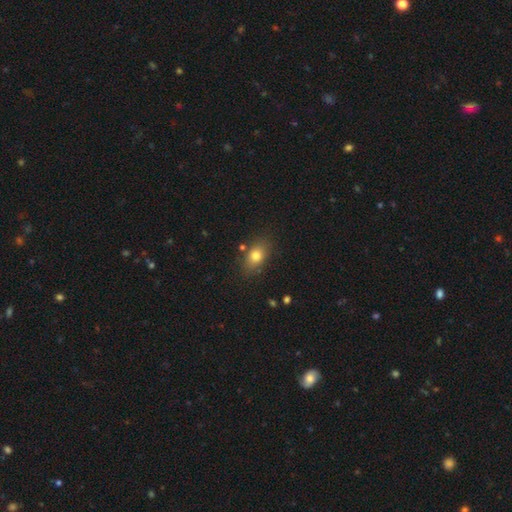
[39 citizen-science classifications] Q: Smooth or featured?
A: smooth (85%); runner-up: featured or disk (8%)
Q: How rounded?
A: in between (76%); runner-up: round (18%)
Q: Merging?
A: none (83%); runner-up: minor disturbance (11%)